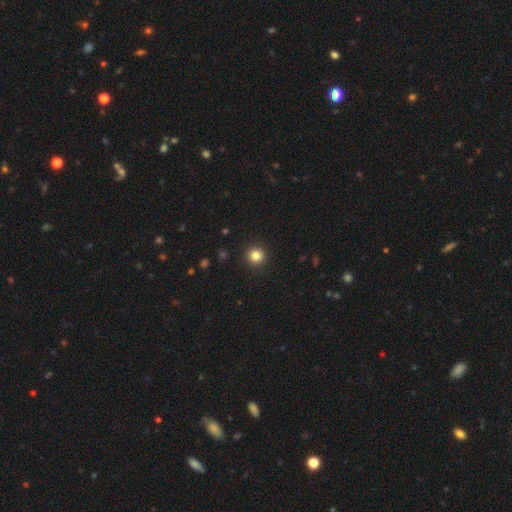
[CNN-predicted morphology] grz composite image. It shows a smooth galaxy with no disk features (84%) that is round (94%). Merging: none (92%).